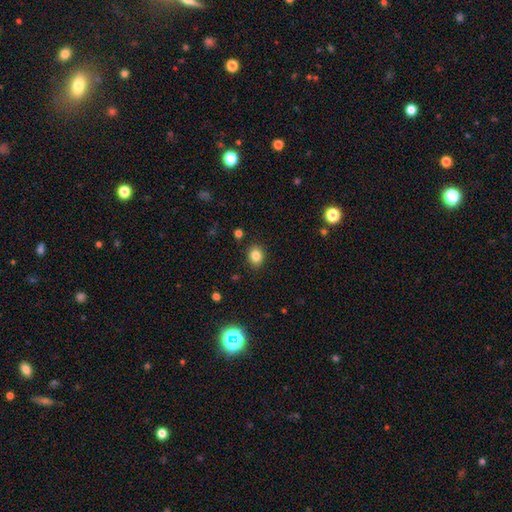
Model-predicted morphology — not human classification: Smooth or featured?
  - smooth: 82% *
  - star or artifact: 12%
  - featured or disk: 6%
How rounded?
  - round: 55% *
  - in between: 44%
  - cigar-shaped: 1%
Merging?
  - none: 88% *
  - minor disturbance: 8%
  - major disturbance: 2%
  - merger: 2%